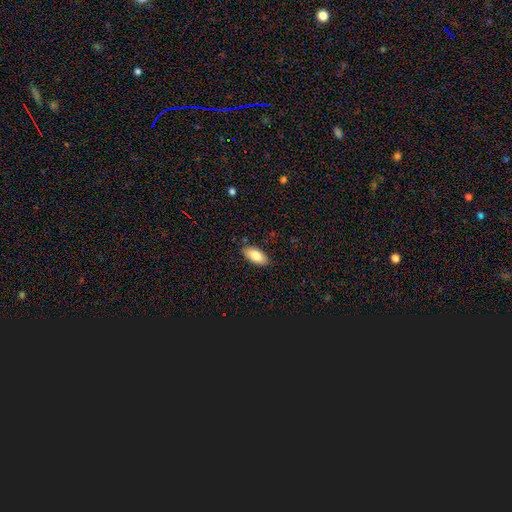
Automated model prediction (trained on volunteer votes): The model was most divided on "smooth or featured": smooth: 83%, featured or disk: 11%, star or artifact: 7%. More confident: how rounded — in between (89%); merging — none (86%).